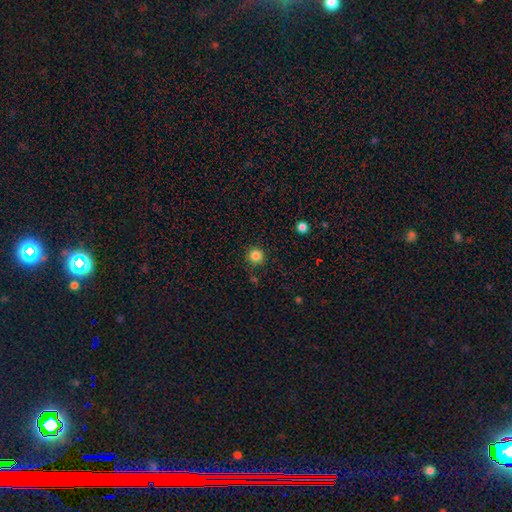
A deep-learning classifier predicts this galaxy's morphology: Smooth or featured?
  - smooth: 84% *
  - star or artifact: 12%
  - featured or disk: 4%
How rounded?
  - round: 94% *
  - in between: 5%
  - cigar-shaped: 1%
Merging?
  - none: 88% *
  - minor disturbance: 8%
  - major disturbance: 2%
  - merger: 2%